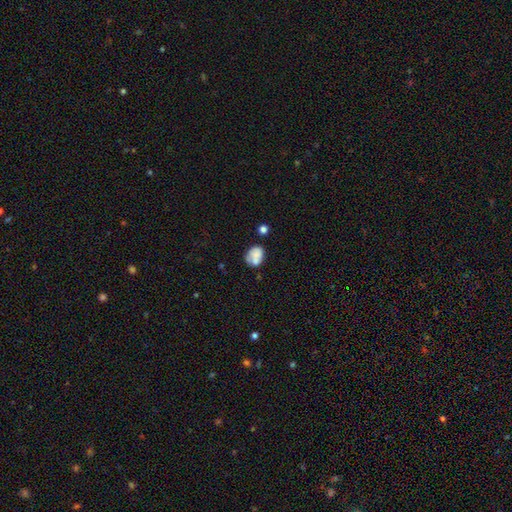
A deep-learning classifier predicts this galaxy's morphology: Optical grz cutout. It shows a smooth galaxy with no disk features (70%) that is in between round and cigar-shaped (57%). Merging: none (42%).